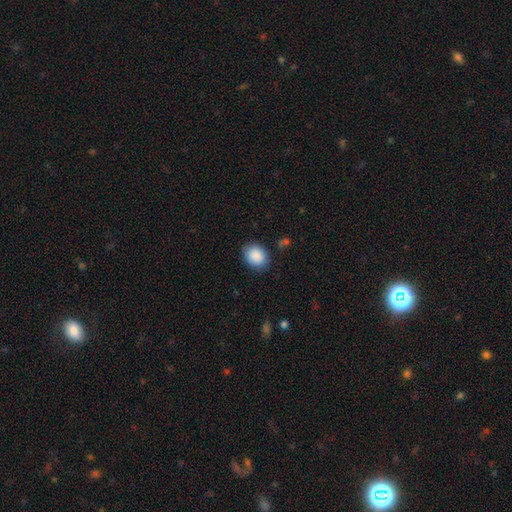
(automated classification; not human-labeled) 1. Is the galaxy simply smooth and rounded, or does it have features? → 89% smooth, 7% star or artifact, 4% featured or disk.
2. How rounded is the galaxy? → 52% in between, 47% round, 1% cigar-shaped.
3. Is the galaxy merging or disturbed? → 83% none, 12% minor disturbance, 3% major disturbance, 1% merger.